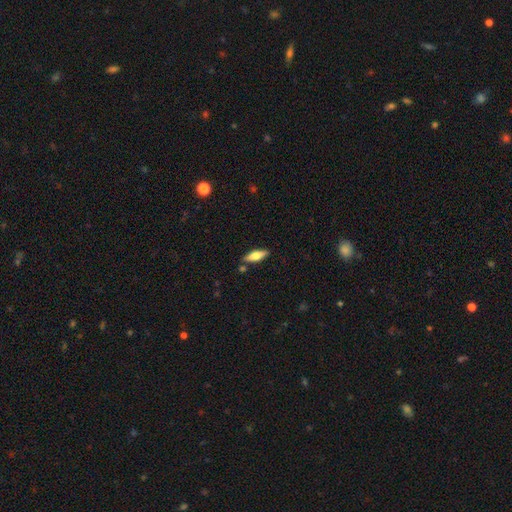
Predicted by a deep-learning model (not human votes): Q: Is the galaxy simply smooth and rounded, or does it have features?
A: smooth — 61%.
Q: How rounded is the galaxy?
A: in between — 55%.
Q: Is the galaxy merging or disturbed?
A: none — 84%.